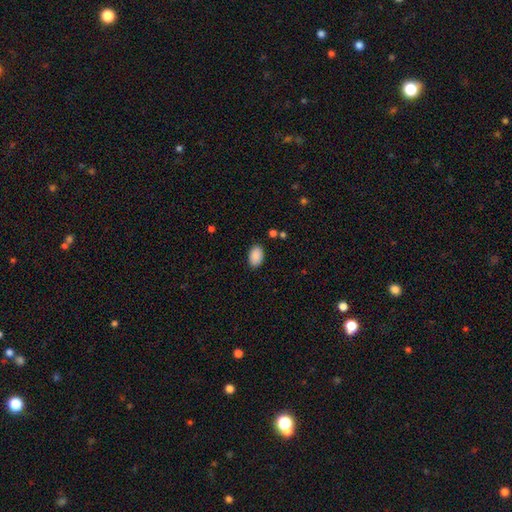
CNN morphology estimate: This appears to be a smooth galaxy with no disk features (90%) that is in between round and cigar-shaped (91%). Merging: none (86%).